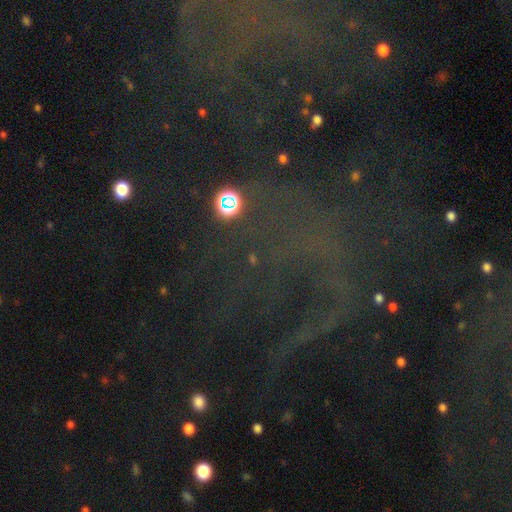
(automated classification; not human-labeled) Smooth or featured? Predicted: star or artifact (p=0.55).